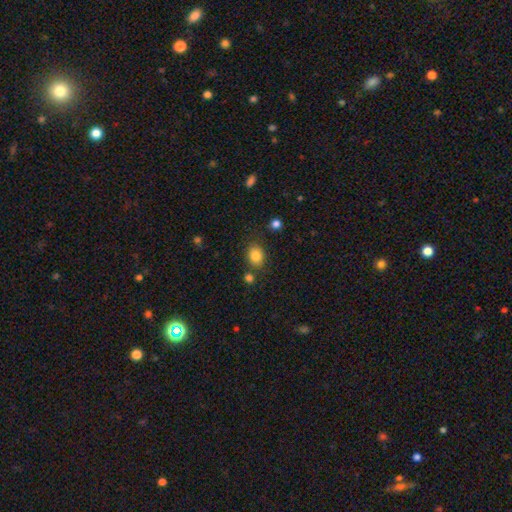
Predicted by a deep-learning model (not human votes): Overall: smooth (84%). How rounded: in between (52%; round 47%). Merging: none (78%).